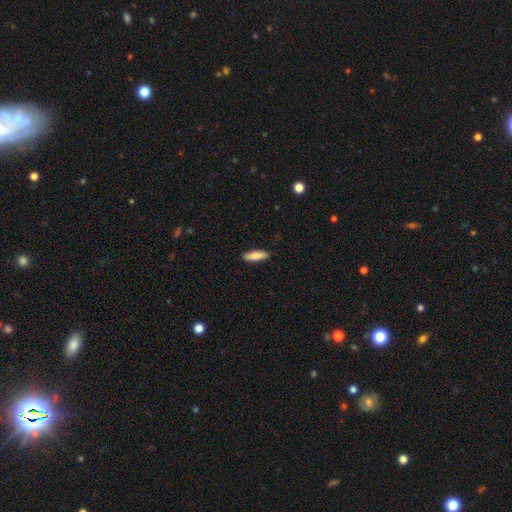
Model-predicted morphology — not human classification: smooth_or_featured: smooth (p=0.85) [alt: featured or disk p=0.09]
how_rounded: cigar-shaped (p=0.54) [alt: in between p=0.45]
merging: none (p=0.90) [alt: minor disturbance p=0.08]